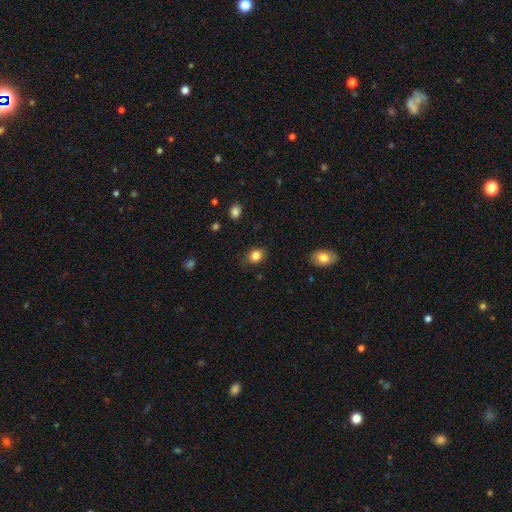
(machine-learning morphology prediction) Smooth or featured?
  - smooth: 84% *
  - star or artifact: 10%
  - featured or disk: 5%
How rounded?
  - round: 50% *
  - in between: 49%
  - cigar-shaped: 1%
Merging?
  - none: 81% *
  - minor disturbance: 15%
  - major disturbance: 3%
  - merger: 1%